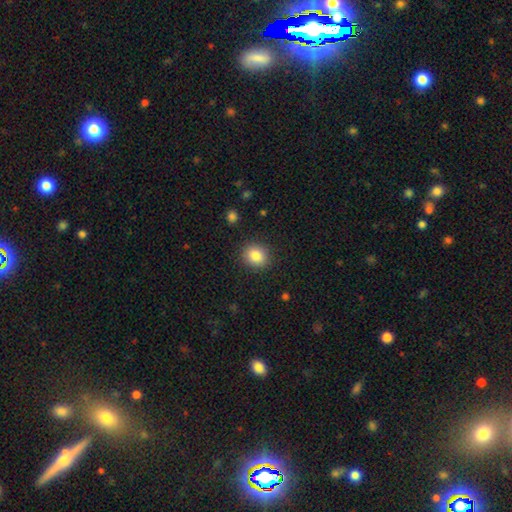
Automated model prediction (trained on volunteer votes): The model was most divided on "how rounded": round: 78%, in between: 22%, cigar-shaped: 1%. More confident: merging — none (89%); smooth or featured — smooth (84%).